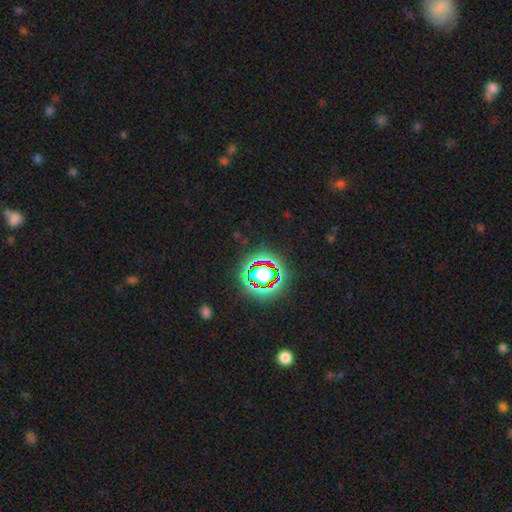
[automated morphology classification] Overall: star or artifact (72%).